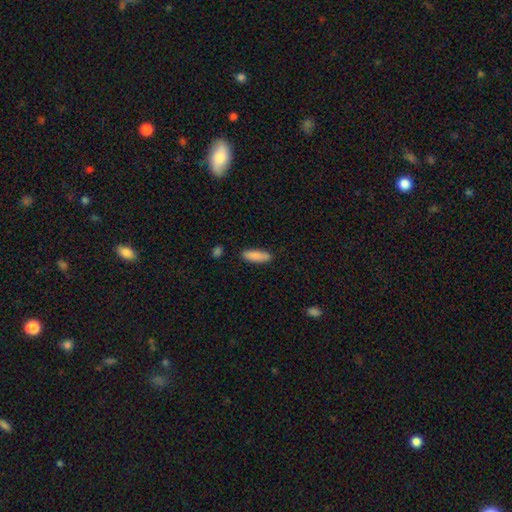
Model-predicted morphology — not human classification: smooth 88%, star or artifact 6%, featured or disk 6%. Down the decision tree: how rounded — cigar-shaped (51%); merging — none (86%).